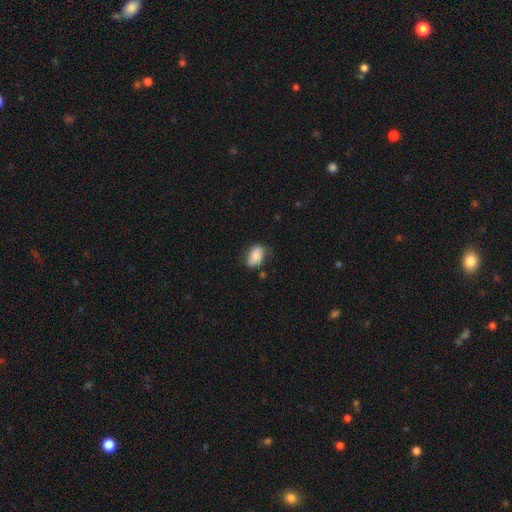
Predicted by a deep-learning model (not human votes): Smooth or featured? Predicted: smooth (p=0.80). How rounded? Predicted: in between (p=0.88). Merging? Predicted: none (p=0.69).